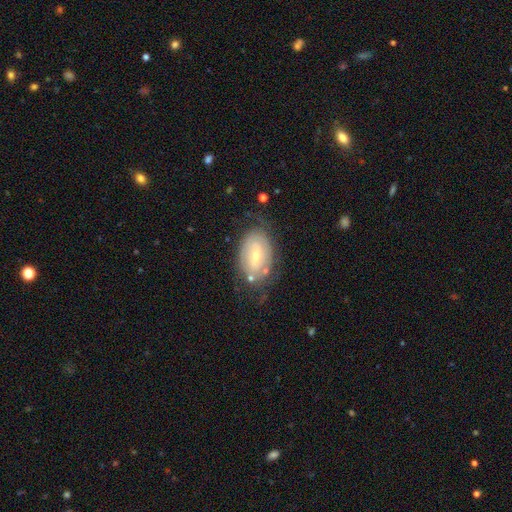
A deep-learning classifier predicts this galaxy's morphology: smooth_or_featured: featured or disk (p=0.61) [alt: smooth p=0.32]
disk_edge_on: no (p=0.94) [alt: yes p=0.06]
bar: no (p=0.43) [tied with: weak p=0.43]
has_spiral_arms: yes (p=0.63) [alt: no p=0.37]
bulge_size: small (p=0.62) [alt: moderate p=0.34]
merging: none (p=0.63) [alt: minor disturbance p=0.23]